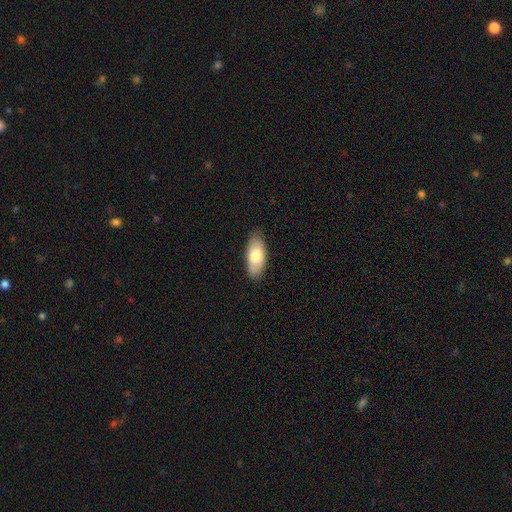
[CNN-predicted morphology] This is likely a smooth galaxy (77%). How rounded: clearly in between (85%). Merging: clearly none (83%).